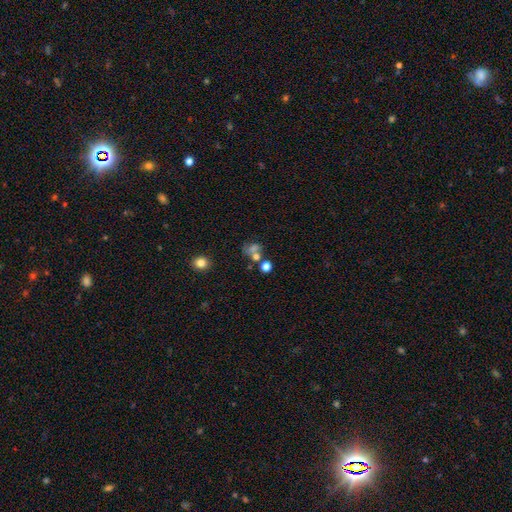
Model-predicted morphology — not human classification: smooth-or-featured: smooth: 58% | featured or disk: 22% | star or artifact: 20%
  how-rounded: round: 59% | in between: 40% | cigar-shaped: 2%
  merging: none: 37% | merger: 34% | minor disturbance: 15% | major disturbance: 14%